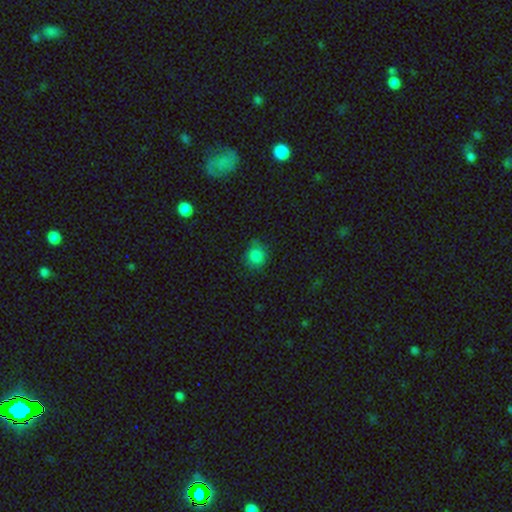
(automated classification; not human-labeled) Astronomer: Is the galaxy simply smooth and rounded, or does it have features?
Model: smooth — 85%.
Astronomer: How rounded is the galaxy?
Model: round — 86%.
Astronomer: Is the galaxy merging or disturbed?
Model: none — 81%.